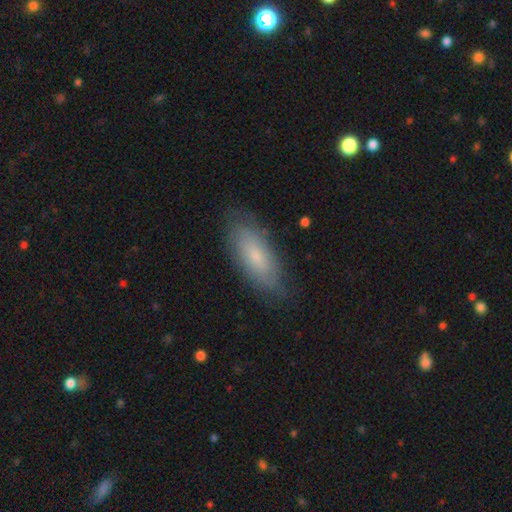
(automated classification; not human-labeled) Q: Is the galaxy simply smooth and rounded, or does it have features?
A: smooth — 64%.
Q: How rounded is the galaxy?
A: in between — 78%.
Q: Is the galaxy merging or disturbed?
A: none — 80%.